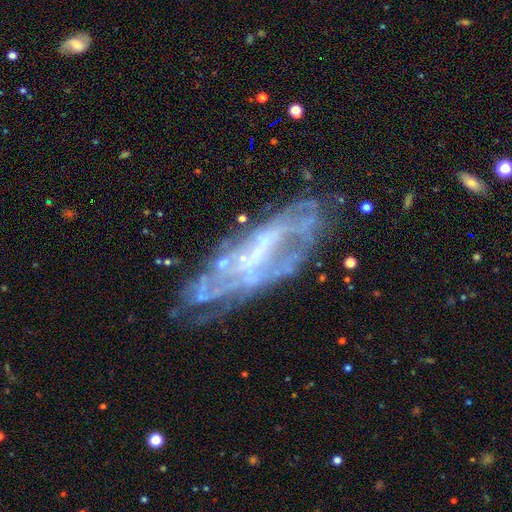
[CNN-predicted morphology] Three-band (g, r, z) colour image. It shows a featured or disk galaxy (74%) with no bar (45%), no spiral arms (53%) and no central bulge (49%). Merging: none (56%).